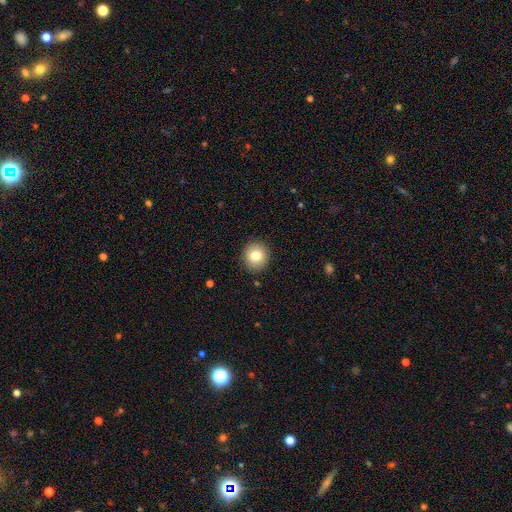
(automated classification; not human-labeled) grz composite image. It shows a smooth galaxy with no disk features (81%) that is round (89%). Merging: none (90%).